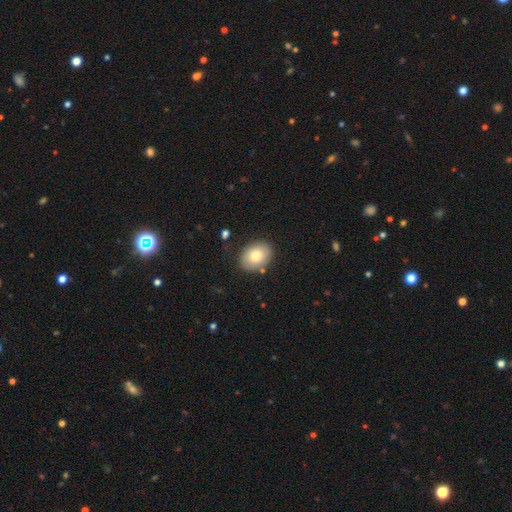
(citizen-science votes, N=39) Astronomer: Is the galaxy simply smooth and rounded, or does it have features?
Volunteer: smooth — 69%.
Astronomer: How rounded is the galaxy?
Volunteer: in between — 70%.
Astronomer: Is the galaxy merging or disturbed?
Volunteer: none — 94%.